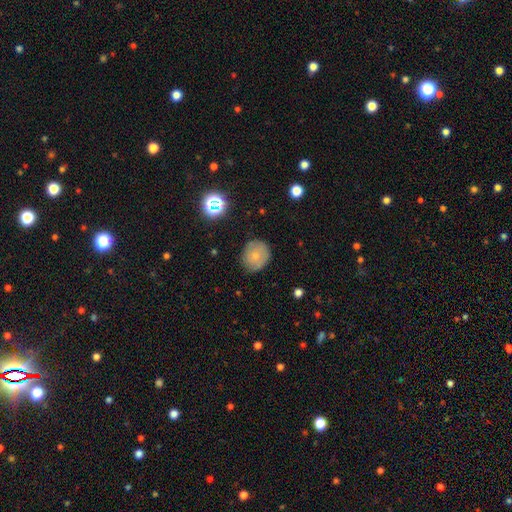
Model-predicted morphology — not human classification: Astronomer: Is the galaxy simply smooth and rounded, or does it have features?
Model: smooth — 68%.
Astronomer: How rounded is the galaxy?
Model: round — 80%.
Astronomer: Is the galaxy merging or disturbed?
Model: none — 79%.